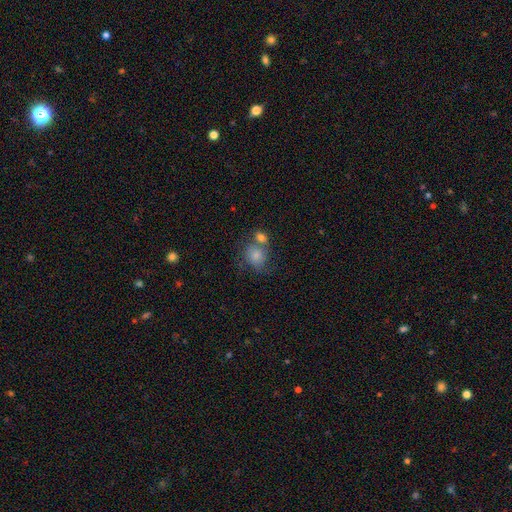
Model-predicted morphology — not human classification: Overall: smooth (78%). How rounded: round (63%; in between 36%). Merging: merger (39%; none 38%).